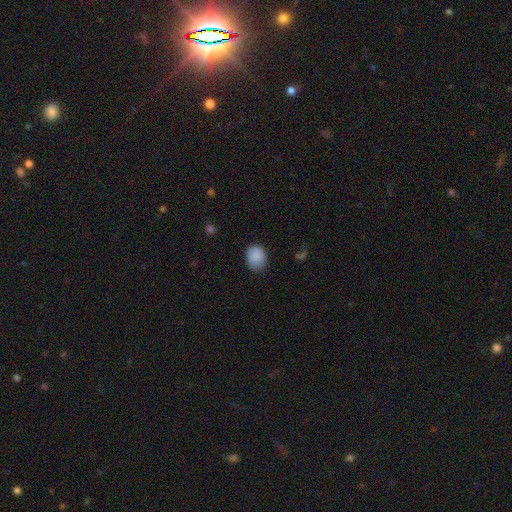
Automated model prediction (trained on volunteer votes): Overall: smooth (87%). How rounded: in between (56%; round 43%). Merging: none (72%).